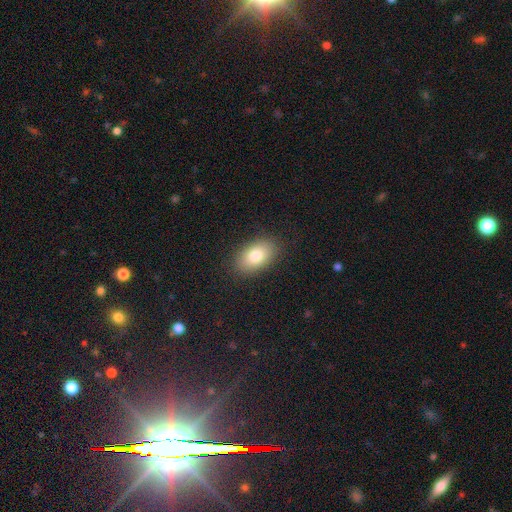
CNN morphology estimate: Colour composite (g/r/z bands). It shows a smooth galaxy with no disk features (81%) that is in between round and cigar-shaped (91%). Merging: none (87%).